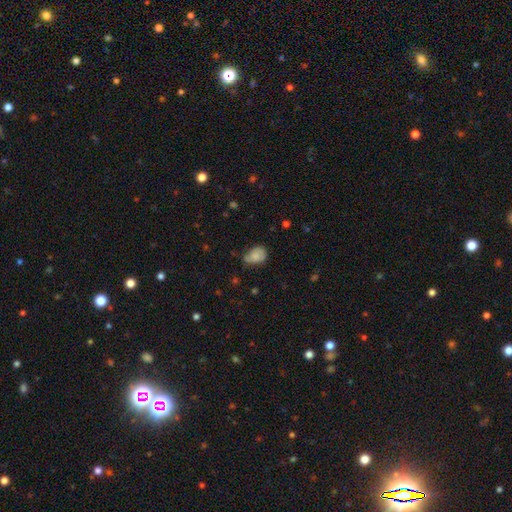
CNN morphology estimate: type=smooth (80%); roundness=in between (73%); merging=none (44%).